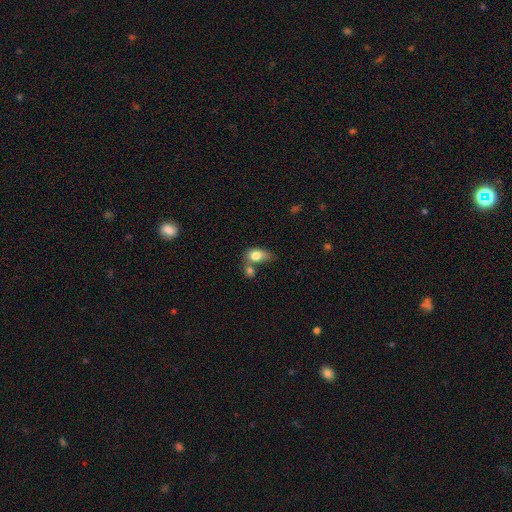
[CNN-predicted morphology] Smooth or featured? Predicted: smooth (p=0.79). How rounded? Predicted: in between (p=0.79). Merging? Predicted: merger (p=0.42).